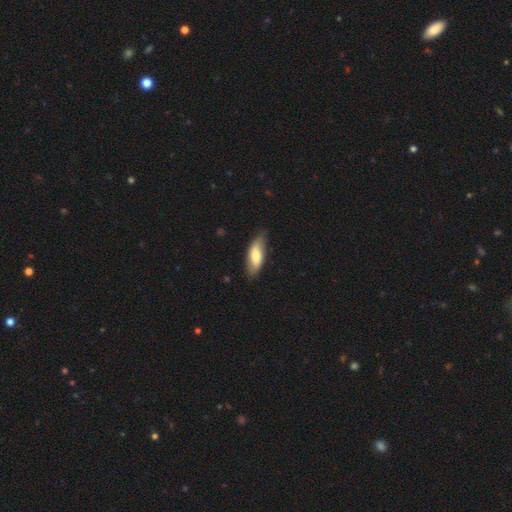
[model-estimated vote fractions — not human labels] Smooth or featured?
  - smooth: 69% *
  - featured or disk: 25%
  - star or artifact: 6%
How rounded?
  - in between: 71% *
  - cigar-shaped: 27%
  - round: 2%
Merging?
  - none: 74% *
  - minor disturbance: 21%
  - major disturbance: 4%
  - merger: 1%